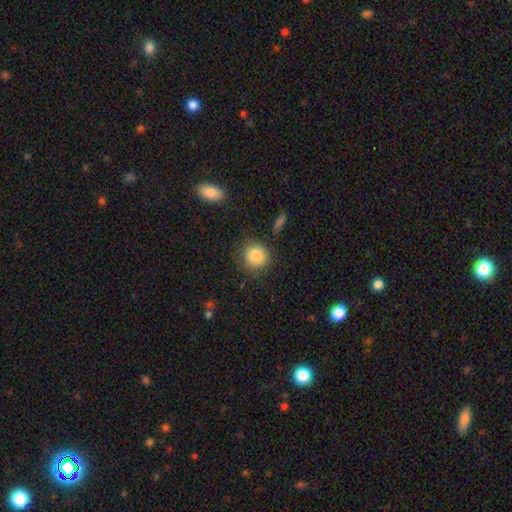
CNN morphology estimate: A smooth galaxy with no disk features (86%) that is round (90%). Merging: none (83%).